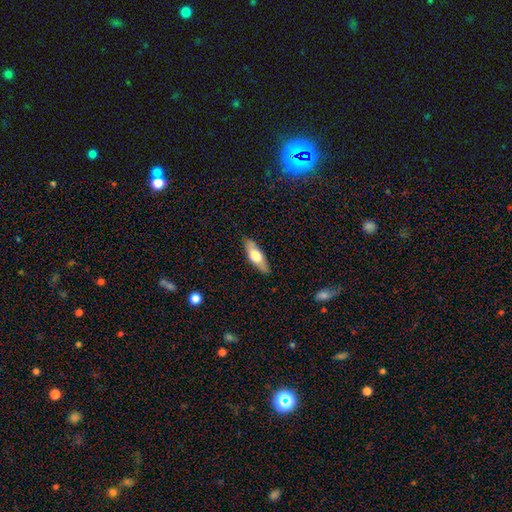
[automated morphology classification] This is possibly a smooth galaxy (57%). How rounded: possibly in between (55%). Merging: clearly none (86%).